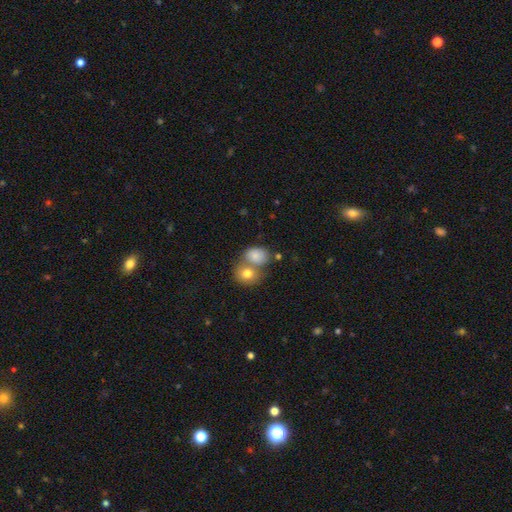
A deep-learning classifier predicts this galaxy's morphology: smooth_or_featured: smooth (p=0.80) [alt: featured or disk p=0.11]
how_rounded: in between (p=0.53) [alt: round p=0.46]
merging: merger (p=0.56) [alt: none p=0.30]